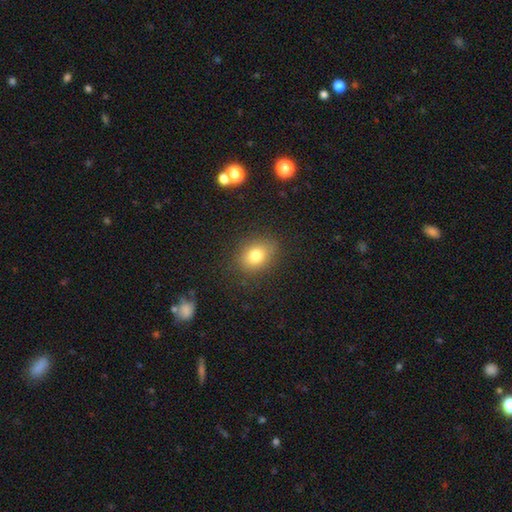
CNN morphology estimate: type=smooth (78%); roundness=in between (53%); merging=none (85%).